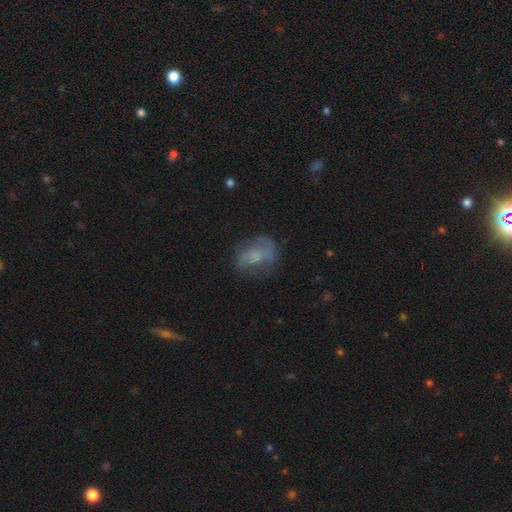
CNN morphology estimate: Smooth or featured: smooth — 46% (featured or disk — 43%)
Merging: none — 56% (minor disturbance — 24%)